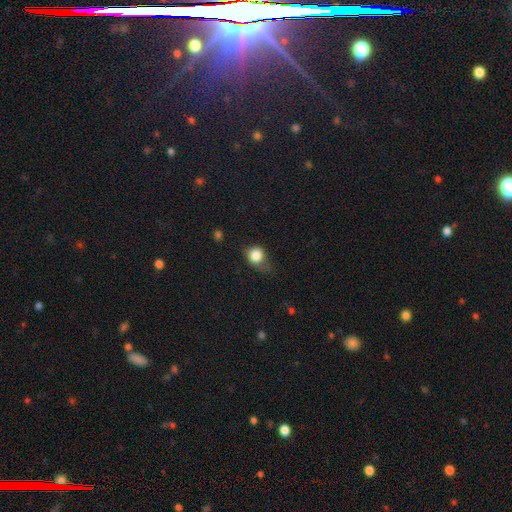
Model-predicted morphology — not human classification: A smooth galaxy with no disk features (81%) that is round (65%).

Vote fractions:
- Smooth or featured? smooth: 81% / star or artifact: 10% / featured or disk: 10%
- How rounded? round: 65% / in between: 33% / cigar-shaped: 1%
- Merging? minor disturbance: 39% / none: 36% / major disturbance: 22% / merger: 3%